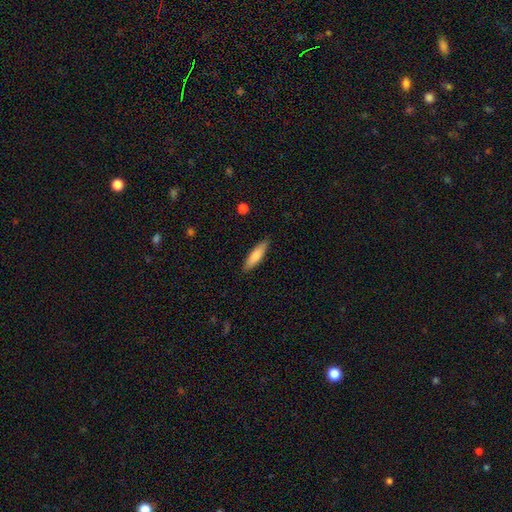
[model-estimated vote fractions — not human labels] The model was most divided on "how rounded": cigar-shaped: 67%, in between: 32%, round: 1%. More confident: merging — none (87%); smooth or featured — smooth (78%).